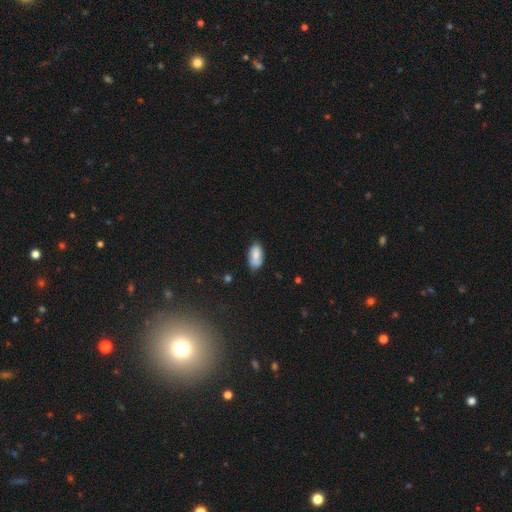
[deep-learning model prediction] Morphology: type=smooth (78%); roundness=in between (93%); merging=none (70%).